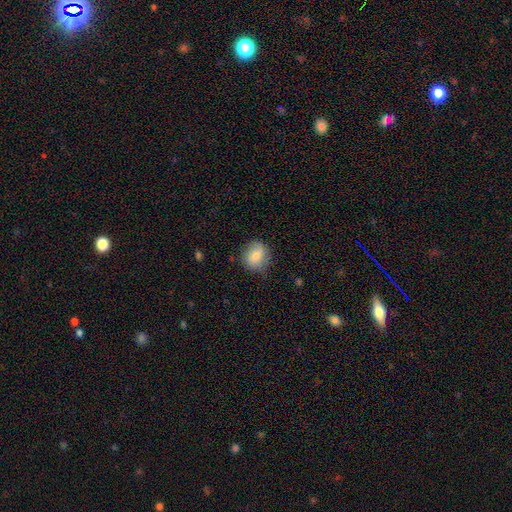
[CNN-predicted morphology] Smooth or featured? Predicted: smooth (p=0.82). How rounded? Predicted: round (p=0.72). Merging? Predicted: none (p=0.79).